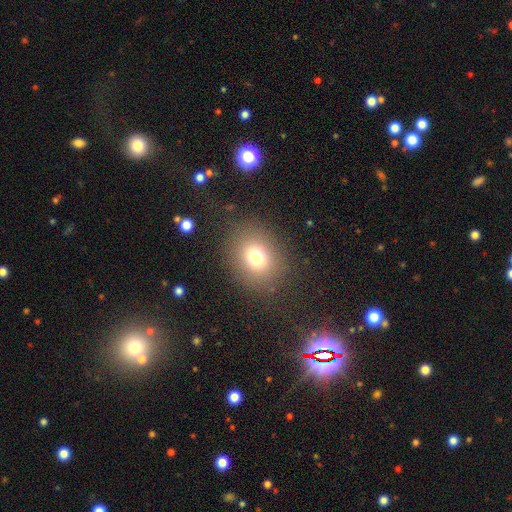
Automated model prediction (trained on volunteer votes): Q: Smooth or featured?
A: smooth (74%); runner-up: star or artifact (16%)
Q: How rounded?
A: round (58%); runner-up: in between (41%)
Q: Merging?
A: none (85%); runner-up: minor disturbance (9%)